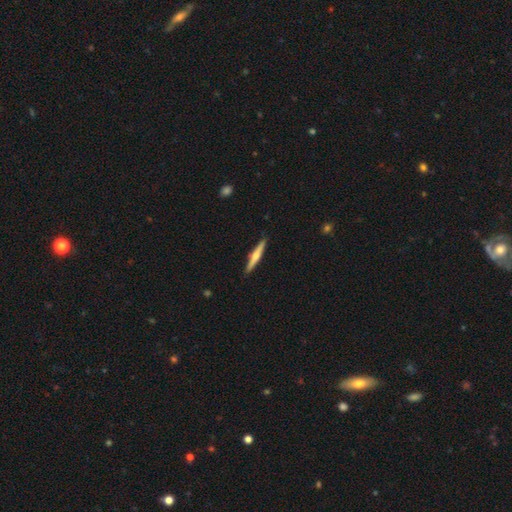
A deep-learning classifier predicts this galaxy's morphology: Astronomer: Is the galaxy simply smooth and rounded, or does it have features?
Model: featured or disk — 59% (runner-up: smooth, 35%).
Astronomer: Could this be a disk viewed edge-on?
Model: yes — 98%.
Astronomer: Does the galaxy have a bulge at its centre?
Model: rounded — 85%.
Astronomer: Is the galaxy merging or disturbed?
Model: none — 91%.